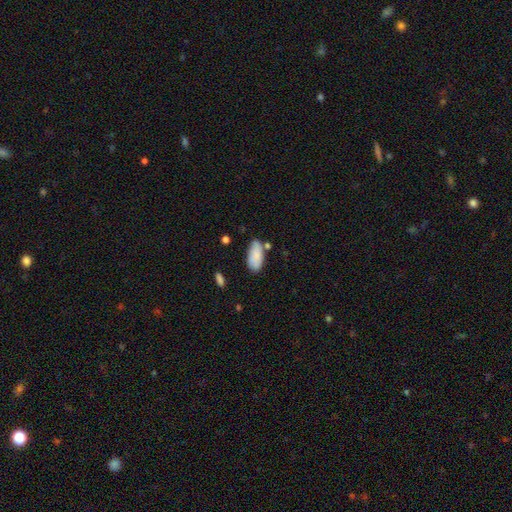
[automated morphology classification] Smooth or featured? Predicted: smooth (p=0.85). How rounded? Predicted: in between (p=0.89). Merging? Predicted: none (p=0.67).